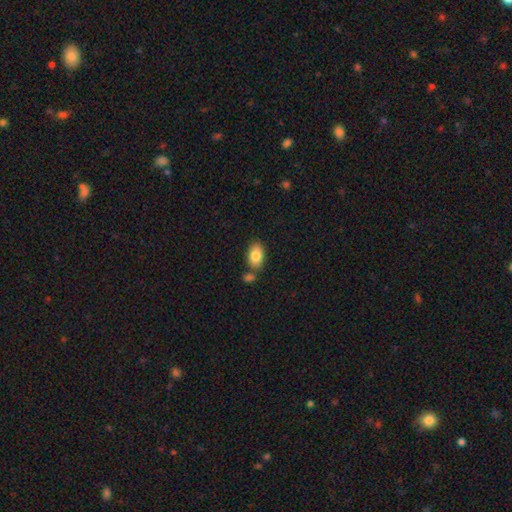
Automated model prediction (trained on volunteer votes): Q: Smooth or featured?
A: smooth (83%); runner-up: featured or disk (10%)
Q: How rounded?
A: in between (90%); runner-up: round (9%)
Q: Merging?
A: none (69%); runner-up: merger (16%)